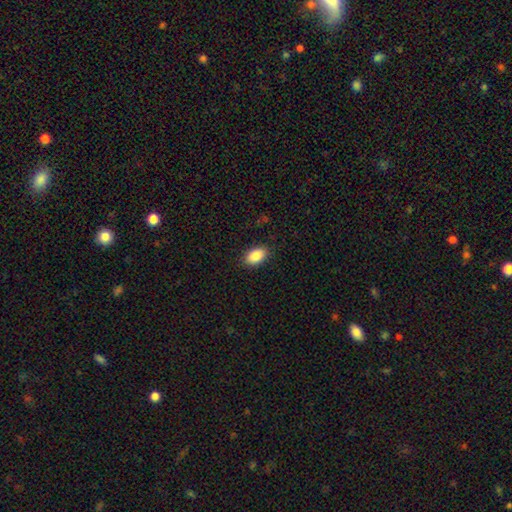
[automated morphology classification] A smooth galaxy with no disk features (87%) that is in between round and cigar-shaped (92%). Merging: none (88%).